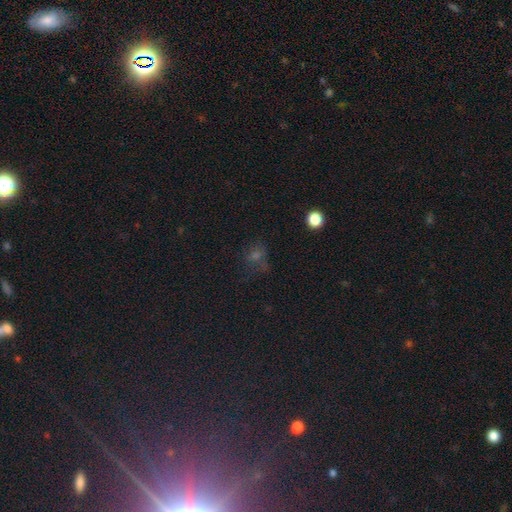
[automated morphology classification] A smooth galaxy with no disk features (43%).

Vote fractions:
- Smooth or featured? smooth: 43% / star or artifact: 41% / featured or disk: 16%
- Merging? none: 57% / minor disturbance: 21% / major disturbance: 18% / merger: 4%